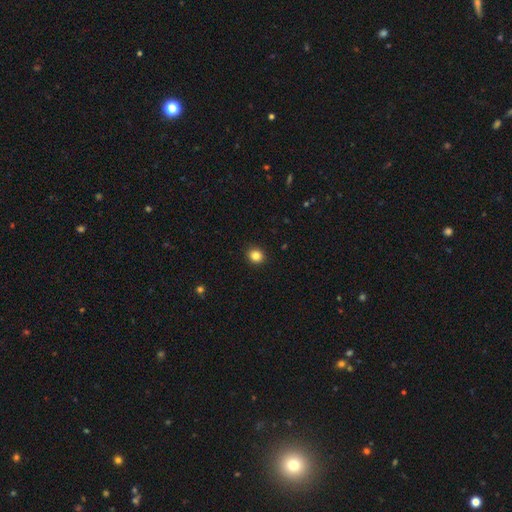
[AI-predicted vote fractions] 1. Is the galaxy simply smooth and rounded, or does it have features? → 85% smooth, 11% star or artifact, 4% featured or disk.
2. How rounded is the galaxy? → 82% round, 17% in between, 1% cigar-shaped.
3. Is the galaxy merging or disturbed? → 92% none, 5% minor disturbance, 2% major disturbance, 1% merger.